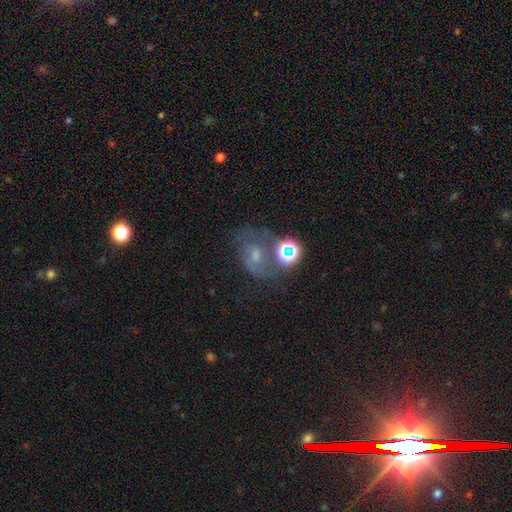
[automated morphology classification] This is possibly a featured or disk galaxy (48%). Merging: marginally none (41%).